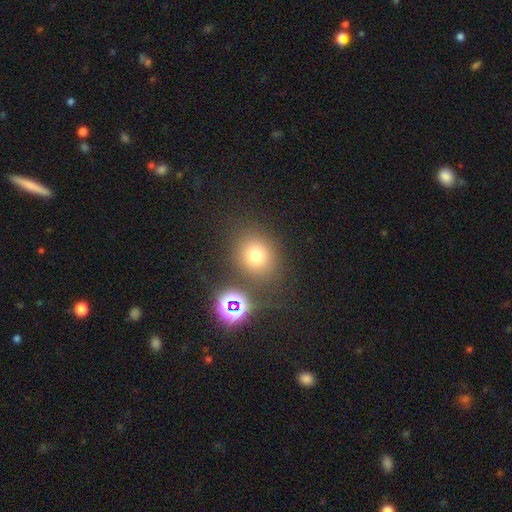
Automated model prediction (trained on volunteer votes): smooth 73%, star or artifact 19%, featured or disk 8%. Down the decision tree: how rounded — round (77%); merging — none (76%).